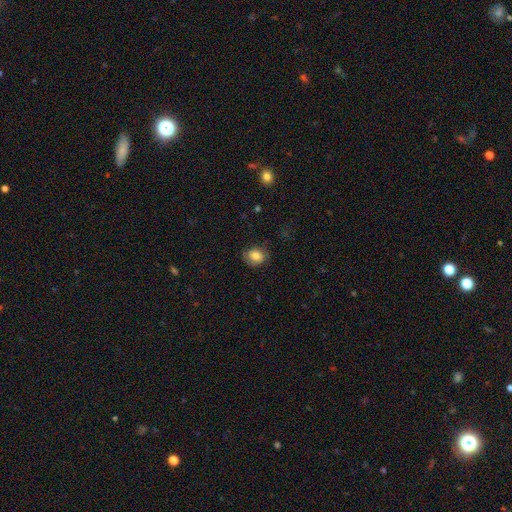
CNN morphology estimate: smooth 76%, featured or disk 14%, star or artifact 9%. Down the decision tree: how rounded — round (58%); merging — none (72%).